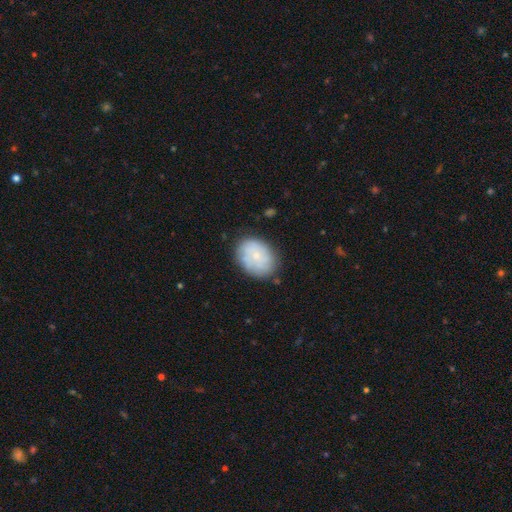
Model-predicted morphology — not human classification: smooth 63%, featured or disk 30%, star or artifact 7%. Down the decision tree: how rounded — in between (66%); merging — none (74%).